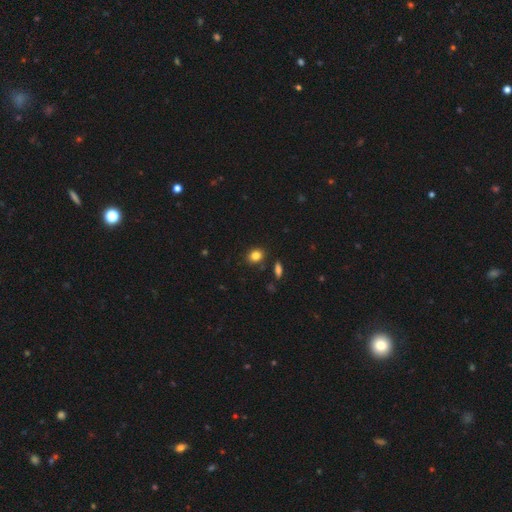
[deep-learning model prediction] Smooth or featured? smooth (84%)
How rounded? round (52%)
Merging? none (85%)